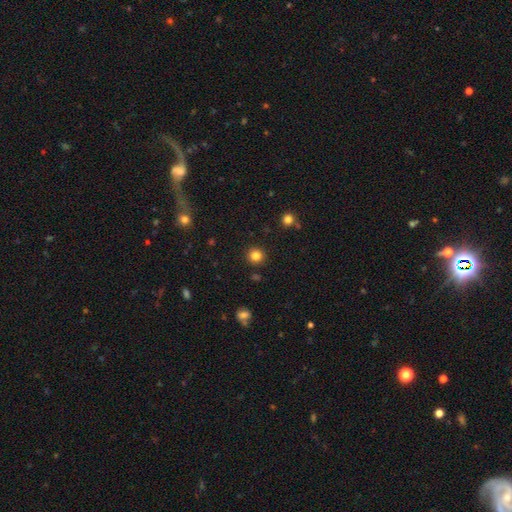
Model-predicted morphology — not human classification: A smooth galaxy with no disk features (83%) that is round (94%).

Vote fractions:
- Smooth or featured? smooth: 83% / star or artifact: 12% / featured or disk: 5%
- How rounded? round: 94% / in between: 6% / cigar-shaped: 1%
- Merging? none: 91% / minor disturbance: 5% / major disturbance: 2% / merger: 2%